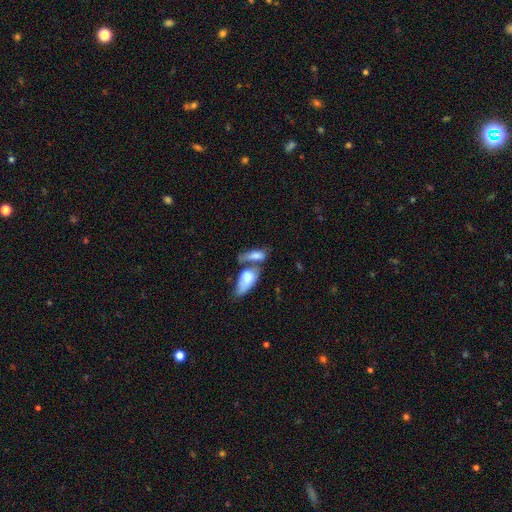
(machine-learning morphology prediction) This is likely a smooth galaxy (72%). How rounded: likely in between (78%). Merging: possibly merger (58%).